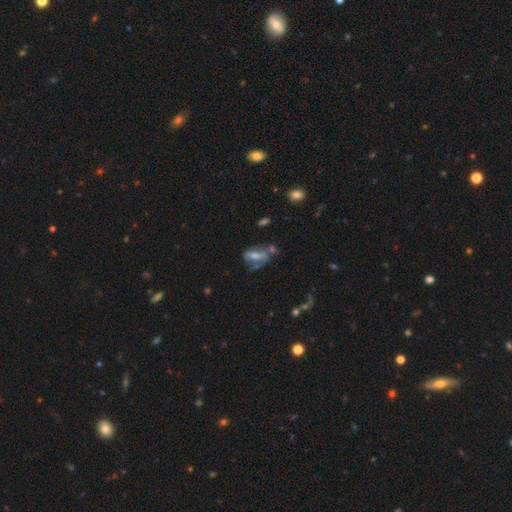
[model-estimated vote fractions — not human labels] Q: Smooth or featured?
A: featured or disk (47%); runner-up: smooth (42%)
Q: Merging?
A: none (33%); runner-up: major disturbance (27%)